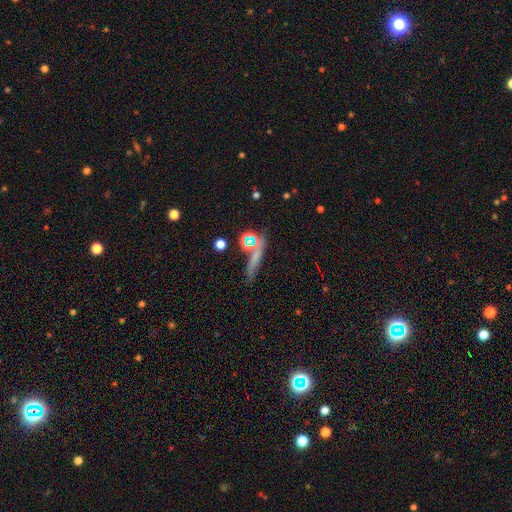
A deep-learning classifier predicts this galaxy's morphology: type=smooth (48%); merging=none (53%).